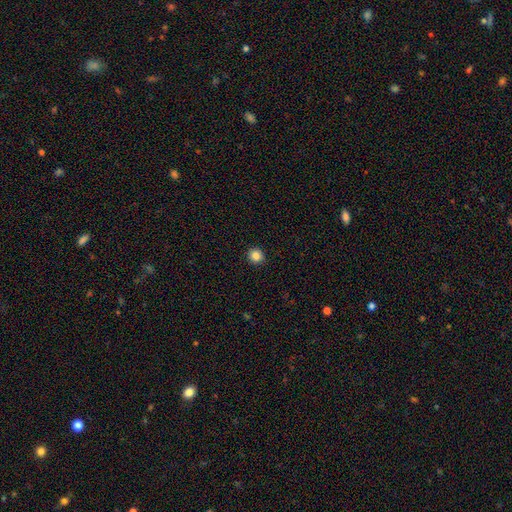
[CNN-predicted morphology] type=smooth (85%); roundness=round (91%); merging=none (93%).